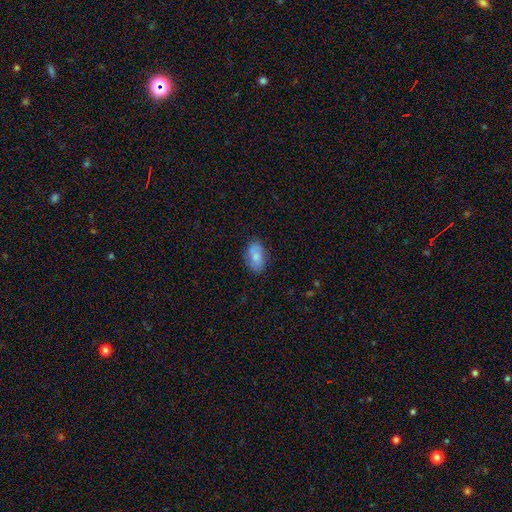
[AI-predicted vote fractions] A smooth galaxy with no disk features (75%) that is in between round and cigar-shaped (91%).

Vote fractions:
- Smooth or featured? smooth: 75% / featured or disk: 17% / star or artifact: 7%
- How rounded? in between: 91% / round: 7% / cigar-shaped: 2%
- Merging? none: 75% / minor disturbance: 19% / major disturbance: 4% / merger: 2%